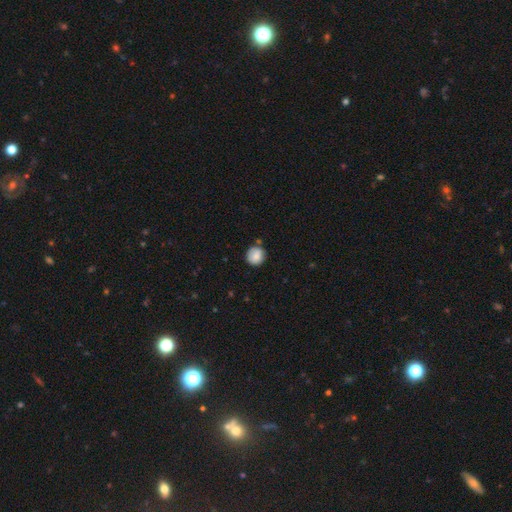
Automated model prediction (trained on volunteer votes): Morphology: type=smooth (84%); roundness=round (91%); merging=none (78%).